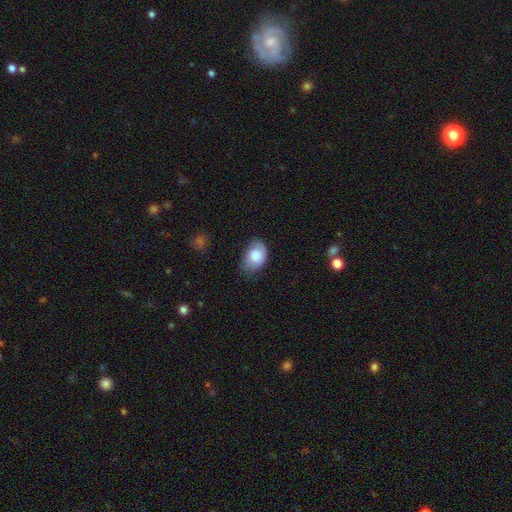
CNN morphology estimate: smooth-or-featured: smooth: 77% | featured or disk: 16% | star or artifact: 7%
  how-rounded: in between: 80% | round: 19% | cigar-shaped: 1%
  merging: none: 53% | minor disturbance: 34% | major disturbance: 11% | merger: 2%